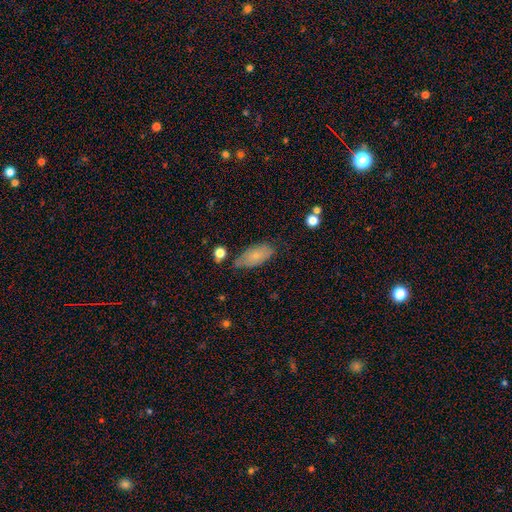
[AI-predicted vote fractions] The model was most divided on "merging": none: 63%, minor disturbance: 28%, major disturbance: 6%, merger: 4%. More confident: how rounded — in between (89%); smooth or featured — smooth (70%).